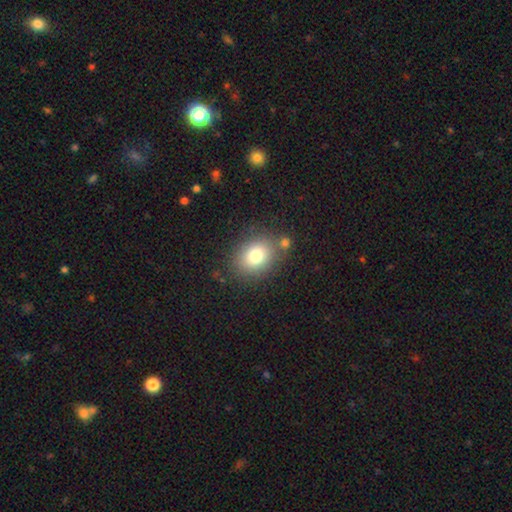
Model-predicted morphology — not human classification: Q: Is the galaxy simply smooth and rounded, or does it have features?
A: smooth — 79%.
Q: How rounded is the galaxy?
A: in between — 57%.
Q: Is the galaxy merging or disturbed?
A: none — 75%.